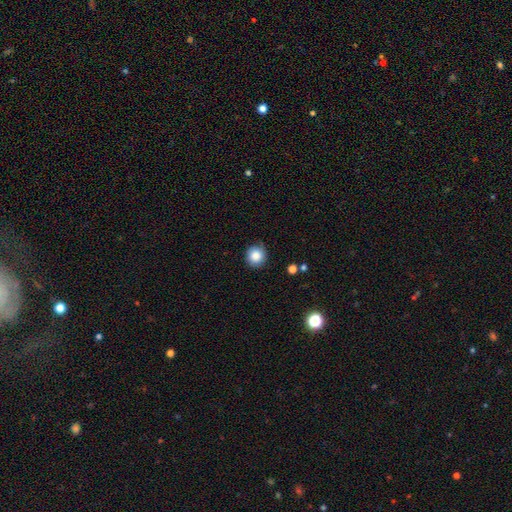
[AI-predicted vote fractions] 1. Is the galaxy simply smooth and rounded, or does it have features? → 85% smooth, 10% star or artifact, 6% featured or disk.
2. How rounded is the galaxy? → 92% round, 7% in between, 1% cigar-shaped.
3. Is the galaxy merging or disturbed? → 85% none, 11% minor disturbance, 2% major disturbance, 1% merger.